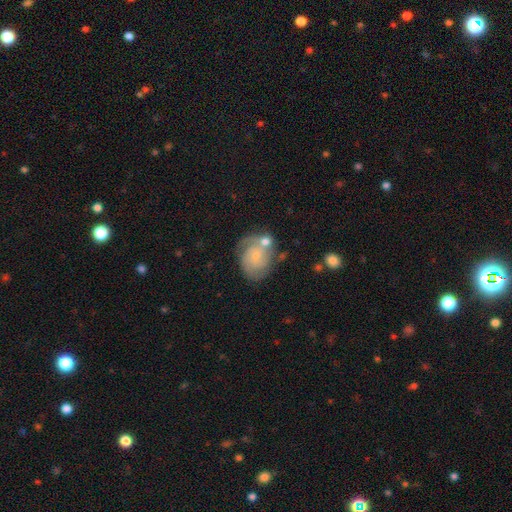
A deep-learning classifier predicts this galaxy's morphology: A featured or disk galaxy (75%) with no bar (68%), 2 (54%) tight (51%) spiral arms (93%) and a small central bulge (73%).

Vote fractions:
- Smooth or featured? featured or disk: 75% / smooth: 19% / star or artifact: 7%
- Edge-on disk? no: 98% / yes: 2%
- Bar? no: 68% / weak: 28% / strong: 4%
- Spiral arms? yes: 93% / no: 7%
- Spiral winding? tight: 51% / medium: 38% / loose: 11%
- Spiral arm count? 2: 54% / can't tell: 18% / 3: 16% / 1: 6% / 4: 3% / more than 4: 3%
- Bulge size? small: 73% / moderate: 18% / none: 6% / large: 1% / dominant: 1%
- Merging? none: 54% / minor disturbance: 19% / merger: 18% / major disturbance: 9%